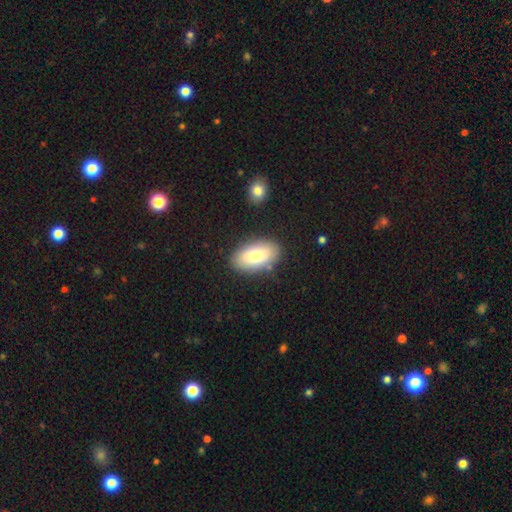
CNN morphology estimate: Smooth or featured: smooth — 80% (featured or disk — 13%)
How rounded: in between — 94% (round — 3%)
Merging: none — 84% (minor disturbance — 11%)